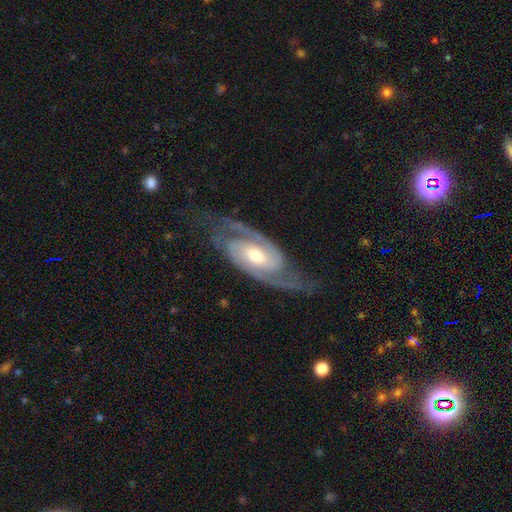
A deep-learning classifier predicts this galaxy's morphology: Smooth or featured? Predicted: featured or disk (p=0.92). Edge-on disk? Predicted: no (p=0.95). Bar? Predicted: no (p=0.46). Spiral arms? Predicted: yes (p=0.98). Spiral winding? Predicted: medium (p=0.48). Spiral arm count? Predicted: 2 (p=0.91). Bulge size? Predicted: moderate (p=0.65). Merging? Predicted: none (p=0.76).